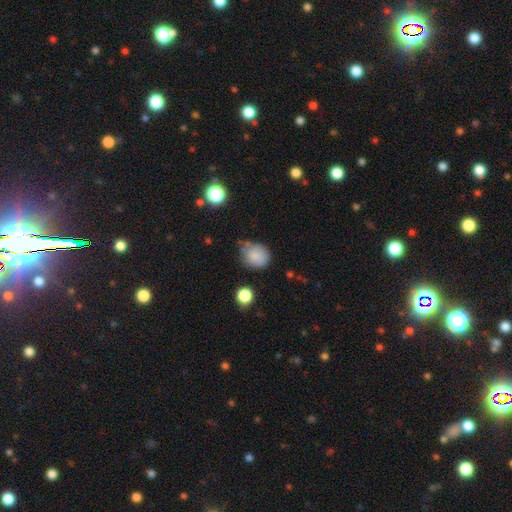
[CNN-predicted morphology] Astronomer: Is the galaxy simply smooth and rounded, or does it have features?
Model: smooth — 83%.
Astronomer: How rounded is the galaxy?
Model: round — 72%.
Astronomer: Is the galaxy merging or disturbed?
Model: none — 58%.